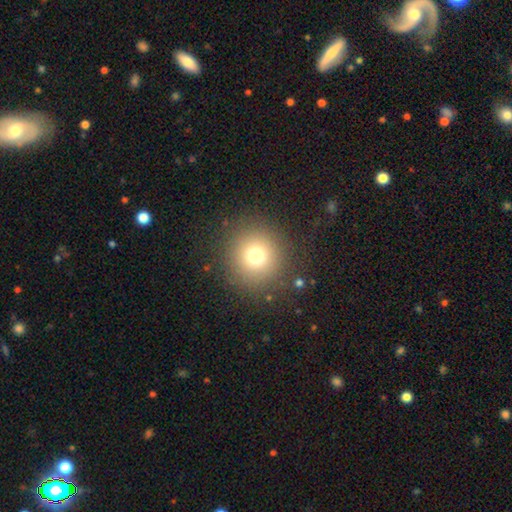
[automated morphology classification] This appears to be a smooth galaxy with no disk features (73%) that is round (95%). Merging: none (88%).